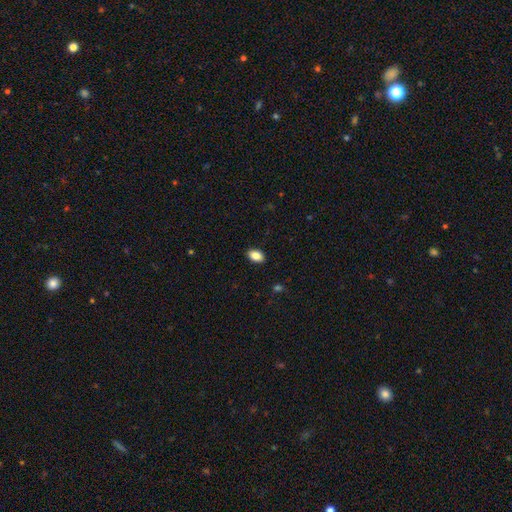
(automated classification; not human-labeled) A smooth galaxy with no disk features (88%) that is in between round and cigar-shaped (89%). Merging: none (89%).